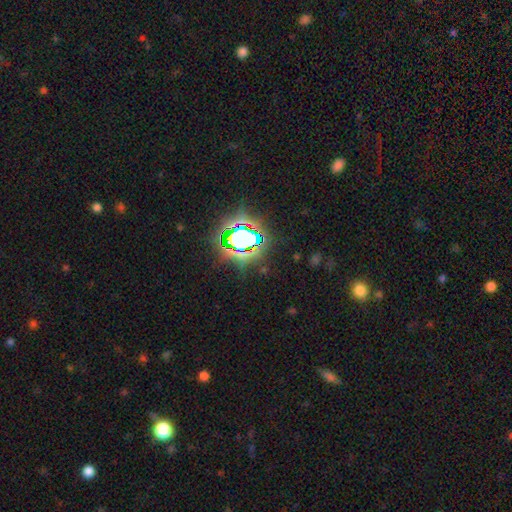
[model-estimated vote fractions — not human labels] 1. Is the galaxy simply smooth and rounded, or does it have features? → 79% star or artifact, 13% smooth, 8% featured or disk.